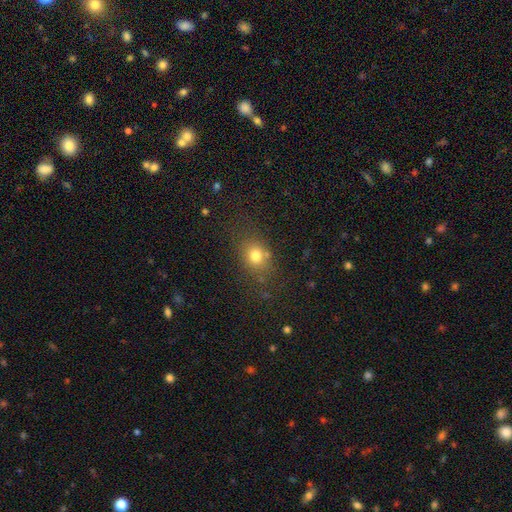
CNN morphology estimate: A smooth galaxy with no disk features (75%) that is round (49%, tied with in between). Merging: none (72%).